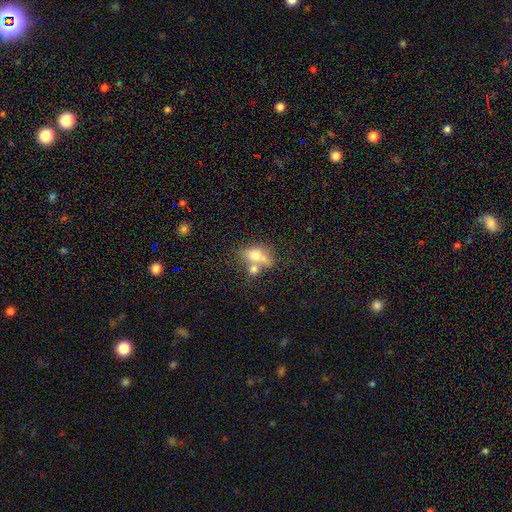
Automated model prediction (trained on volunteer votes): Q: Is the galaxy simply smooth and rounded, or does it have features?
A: smooth — 68%.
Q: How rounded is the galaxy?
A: in between — 73%.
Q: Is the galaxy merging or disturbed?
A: merger — 47%.